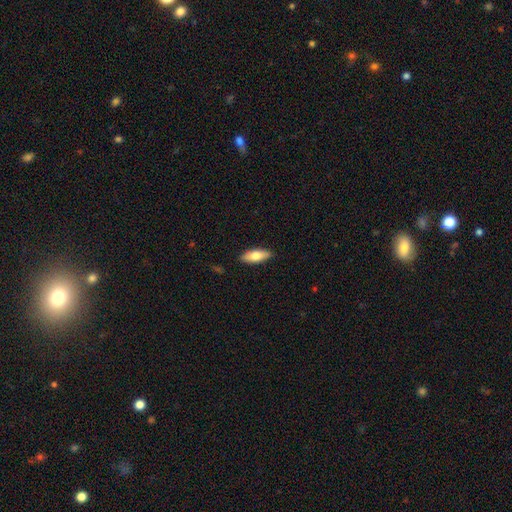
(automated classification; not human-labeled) A smooth galaxy with no disk features (73%) that is in between round and cigar-shaped (73%).

Vote fractions:
- Smooth or featured? smooth: 73% / featured or disk: 21% / star or artifact: 6%
- How rounded? in between: 73% / cigar-shaped: 25% / round: 2%
- Merging? none: 88% / minor disturbance: 9% / major disturbance: 2% / merger: 1%